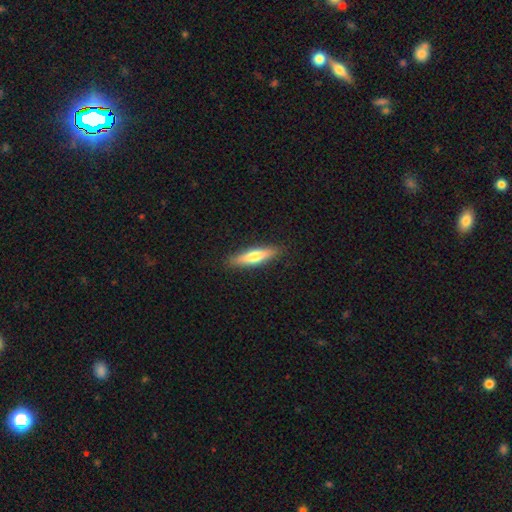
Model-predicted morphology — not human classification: smooth 61%, featured or disk 34%, star or artifact 6%. Down the decision tree: how rounded — cigar-shaped (77%); merging — none (89%).